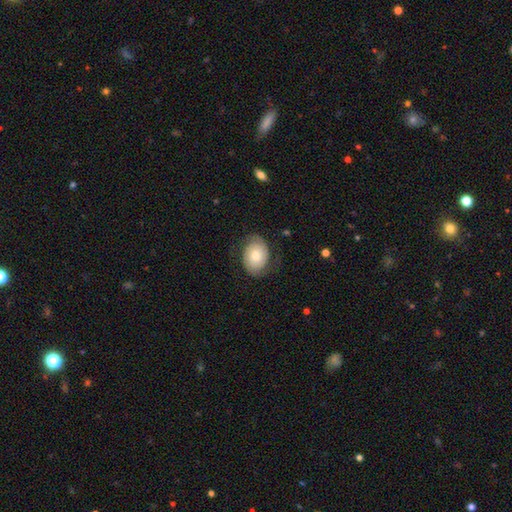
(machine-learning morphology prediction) Smooth or featured: featured or disk — 57% (smooth — 36%)
Edge-on disk: no — 97% (yes — 3%)
Bar: no — 78% (weak — 19%)
Spiral arms: yes — 85% (no — 15%)
Bulge size: moderate — 61% (small — 29%)
Merging: none — 71% (minor disturbance — 18%)